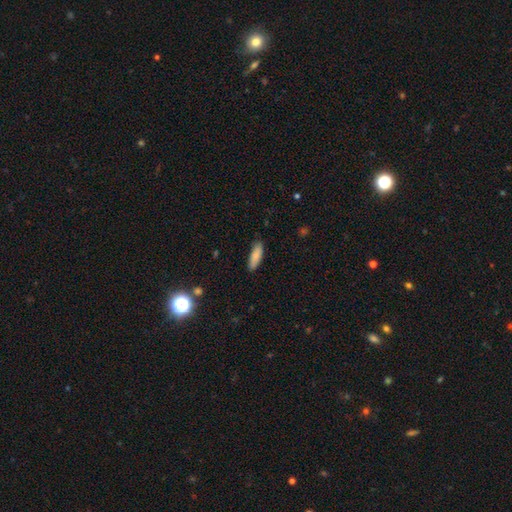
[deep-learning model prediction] smooth 84%, featured or disk 9%, star or artifact 6%. Down the decision tree: how rounded — cigar-shaped (51%); merging — none (86%).